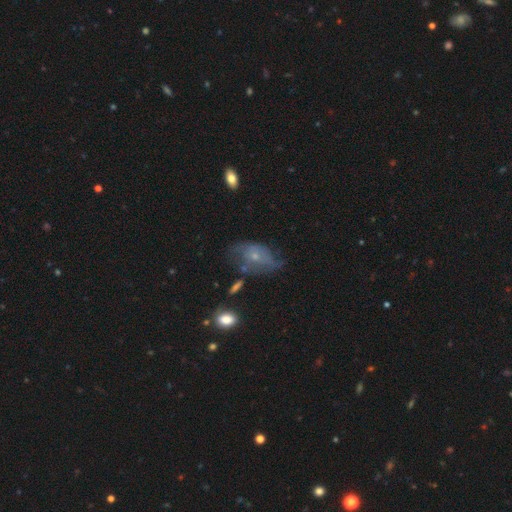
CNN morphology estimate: Smooth or featured: featured or disk — 57% (smooth — 32%)
Edge-on disk: no — 94% (yes — 6%)
Bar: no — 77% (weak — 19%)
Spiral arms: yes — 64% (no — 36%)
Bulge size: small — 71% (moderate — 21%)
Merging: none — 39% (minor disturbance — 31%)